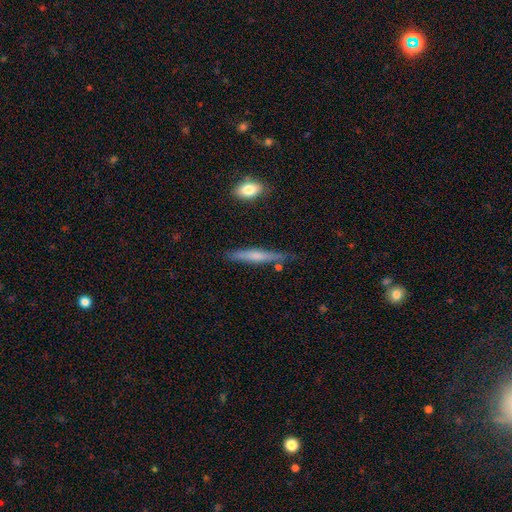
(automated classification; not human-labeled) Morphology: type=smooth (52%); roundness=cigar-shaped (93%); merging=none (80%).